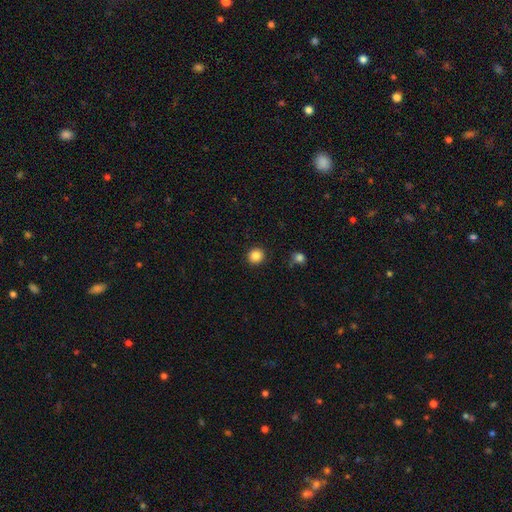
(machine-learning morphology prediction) Smooth or featured?
  - smooth: 85% *
  - star or artifact: 11%
  - featured or disk: 5%
How rounded?
  - round: 92% *
  - in between: 7%
  - cigar-shaped: 1%
Merging?
  - none: 91% *
  - minor disturbance: 5%
  - major disturbance: 2%
  - merger: 1%